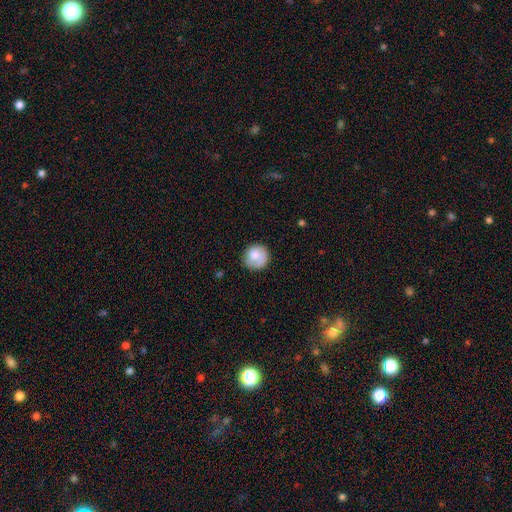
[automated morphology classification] Overall: smooth (76%). How rounded: round (90%). Merging: none (72%).